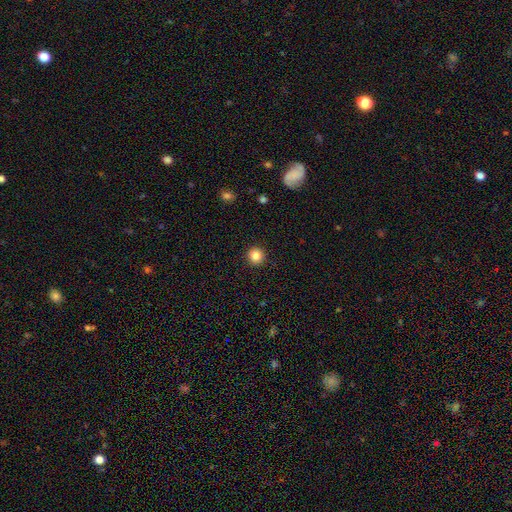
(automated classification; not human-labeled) Overall: smooth (85%). How rounded: round (94%). Merging: none (92%).